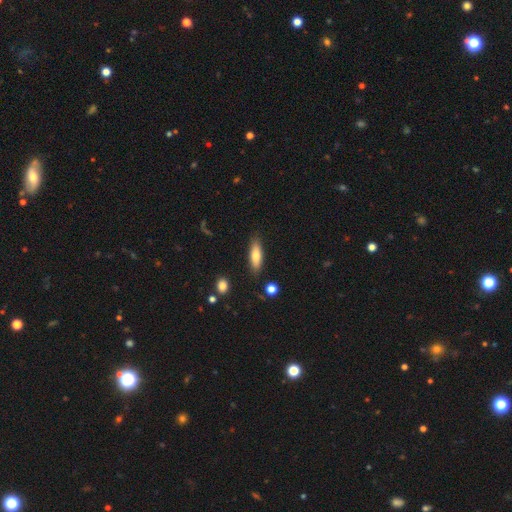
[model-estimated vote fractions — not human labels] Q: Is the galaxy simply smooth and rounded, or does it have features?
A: smooth — 73%.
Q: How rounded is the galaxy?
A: in between — 50%.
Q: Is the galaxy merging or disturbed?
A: none — 85%.